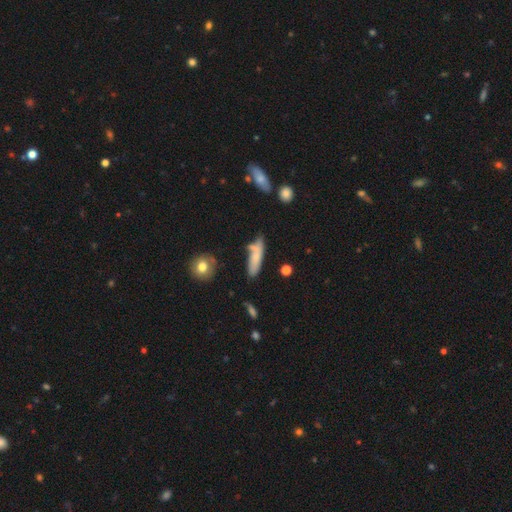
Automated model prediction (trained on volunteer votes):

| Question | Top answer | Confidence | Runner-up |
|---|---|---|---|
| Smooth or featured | smooth | 71% | featured or disk (22%) |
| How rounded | cigar-shaped | 61% | in between (36%) |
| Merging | none | 54% | minor disturbance (26%) |